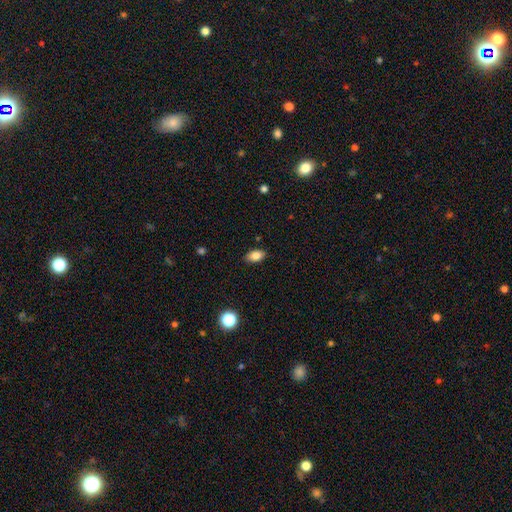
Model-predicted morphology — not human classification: Q: Smooth or featured?
A: smooth (85%); runner-up: star or artifact (9%)
Q: How rounded?
A: in between (90%); runner-up: round (8%)
Q: Merging?
A: none (87%); runner-up: minor disturbance (9%)